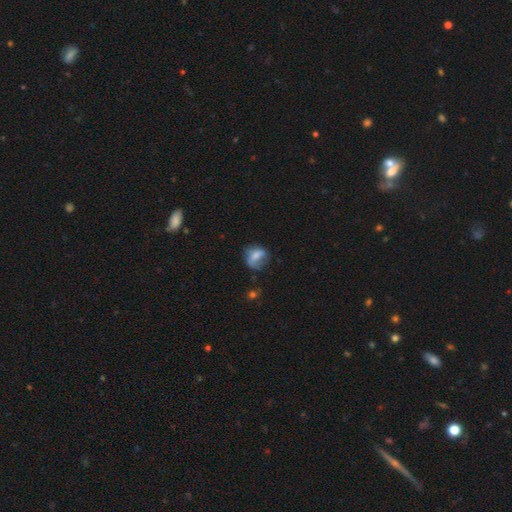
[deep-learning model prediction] The model was most divided on "how rounded": in between: 51%, round: 45%, cigar-shaped: 4%. Remaining: smooth or featured — smooth (60%); merging — none (46%).